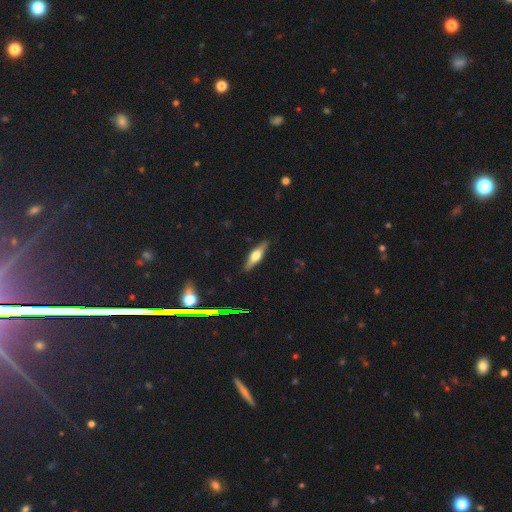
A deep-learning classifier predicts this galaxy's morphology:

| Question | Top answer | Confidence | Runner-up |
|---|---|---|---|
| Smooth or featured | featured or disk | 54% | smooth (38%) |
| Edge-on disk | yes | 94% | no (6%) |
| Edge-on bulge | rounded | 90% | boxy (8%) |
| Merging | none | 88% | minor disturbance (9%) |